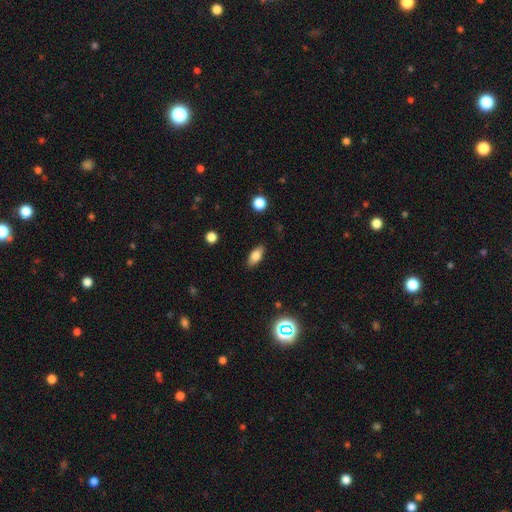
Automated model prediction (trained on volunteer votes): Morphology: type=smooth (78%); roundness=in between (85%); merging=none (87%).